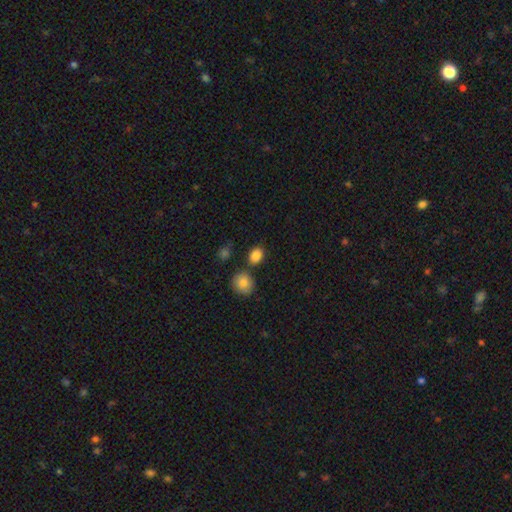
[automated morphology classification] smooth 86%, star or artifact 10%, featured or disk 5%. Down the decision tree: how rounded — in between (59%); merging — none (75%).